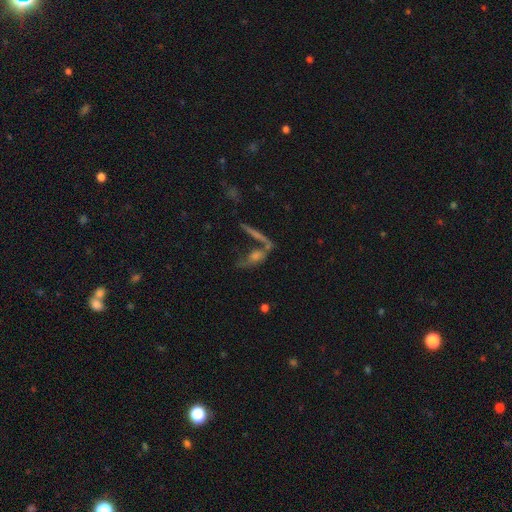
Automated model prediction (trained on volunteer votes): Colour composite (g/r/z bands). It shows a featured or disk galaxy (50%) viewed edge-on (56%). Merging: none (40%).